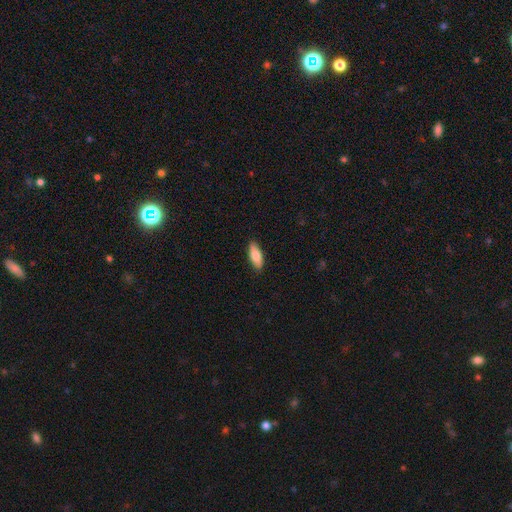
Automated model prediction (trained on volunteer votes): smooth 80%, featured or disk 14%, star or artifact 6%. Down the decision tree: how rounded — in between (75%); merging — none (88%).